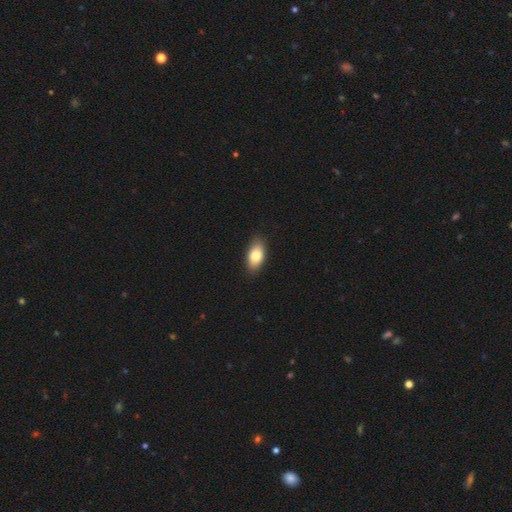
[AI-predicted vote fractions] This is clearly a smooth galaxy (81%). How rounded: clearly in between (90%). Merging: clearly none (87%).